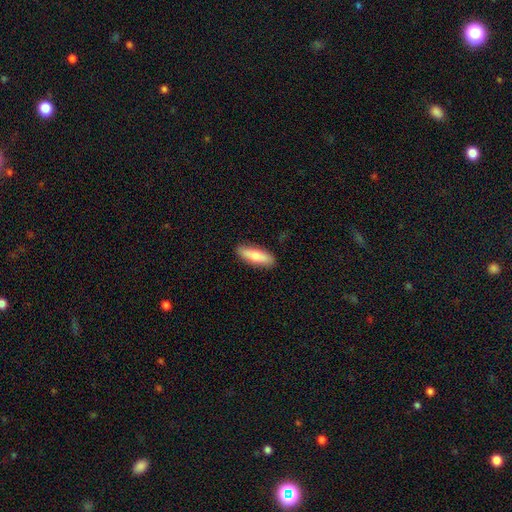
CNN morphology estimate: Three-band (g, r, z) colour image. It shows a smooth galaxy with no disk features (73%) that is cigar-shaped (52%). Merging: none (88%).